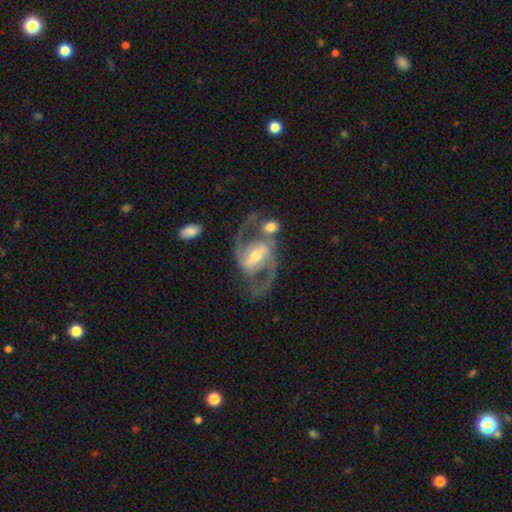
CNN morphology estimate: Smooth or featured? Predicted: featured or disk (p=0.91). Edge-on disk? Predicted: no (p=0.97). Bar? Predicted: strong (p=0.52). Spiral arms? Predicted: yes (p=0.97). Spiral winding? Predicted: medium (p=0.62). Spiral arm count? Predicted: 2 (p=0.93). Bulge size? Predicted: moderate (p=0.53). Merging? Predicted: none (p=0.65).